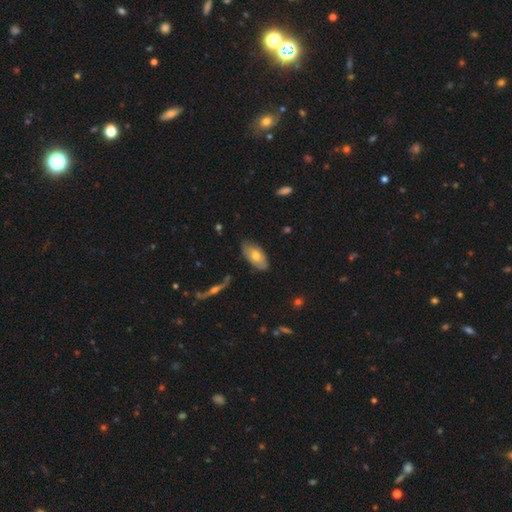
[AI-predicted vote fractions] smooth 63%, featured or disk 31%, star or artifact 7%. Down the decision tree: how rounded — in between (91%); merging — none (77%).